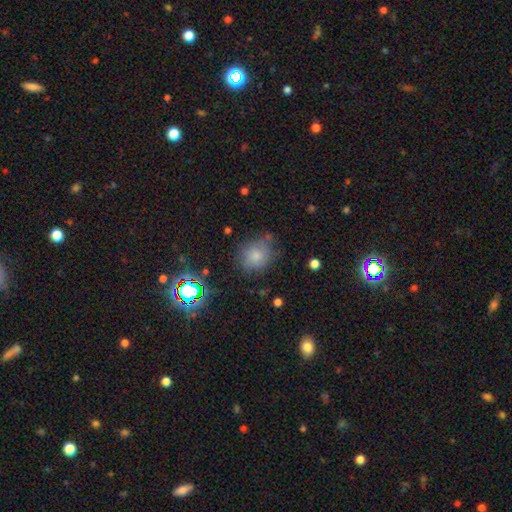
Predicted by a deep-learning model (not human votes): Overall: smooth (75%). How rounded: round (76%). Merging: none (67%).